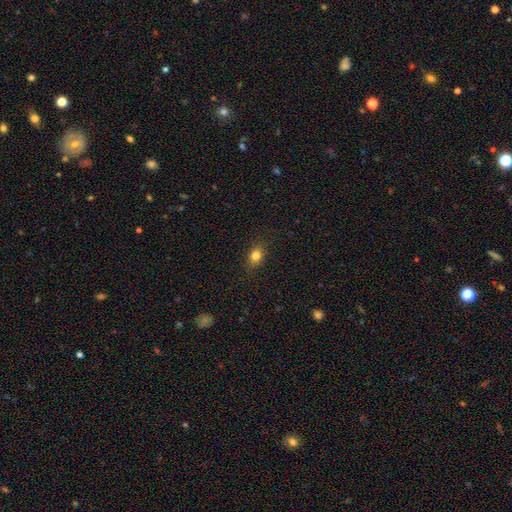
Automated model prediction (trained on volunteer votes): A smooth galaxy with no disk features (82%) that is in between round and cigar-shaped (63%).

Vote fractions:
- Smooth or featured? smooth: 82% / star or artifact: 11% / featured or disk: 7%
- How rounded? in between: 63% / round: 34% / cigar-shaped: 2%
- Merging? none: 86% / minor disturbance: 11% / major disturbance: 3% / merger: 1%